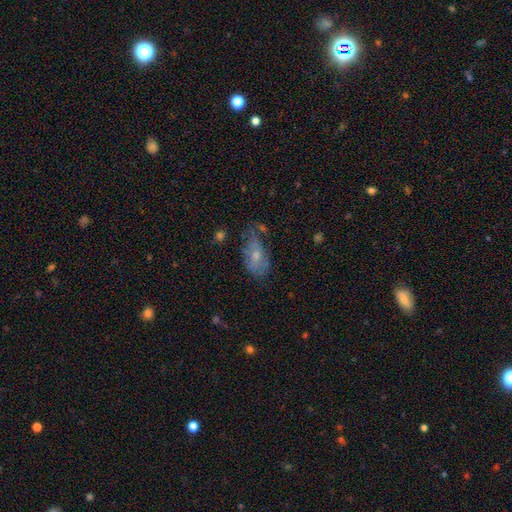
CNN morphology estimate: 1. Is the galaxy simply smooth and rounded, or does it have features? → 49% smooth, 41% featured or disk, 10% star or artifact.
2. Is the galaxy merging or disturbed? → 49% none, 31% minor disturbance, 15% major disturbance, 5% merger.